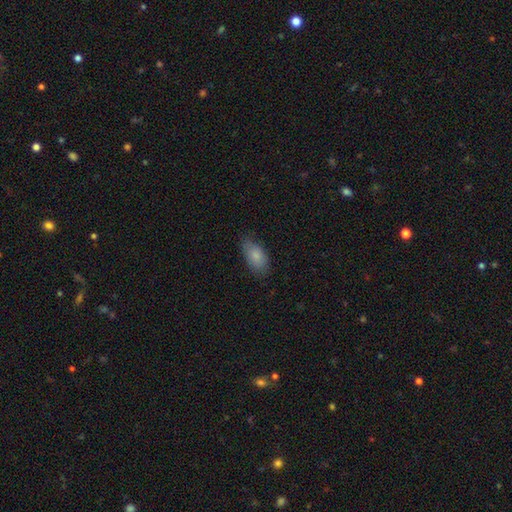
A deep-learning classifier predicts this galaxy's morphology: A smooth galaxy with no disk features (83%) that is in between round and cigar-shaped (92%).

Vote fractions:
- Smooth or featured? smooth: 83% / featured or disk: 10% / star or artifact: 7%
- How rounded? in between: 92% / cigar-shaped: 5% / round: 4%
- Merging? none: 77% / minor disturbance: 19% / major disturbance: 4% / merger: 1%